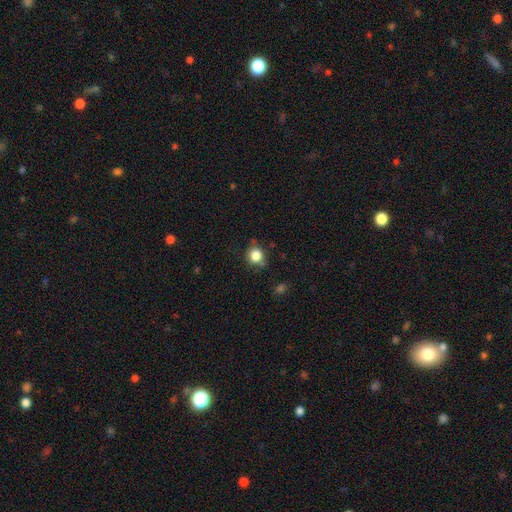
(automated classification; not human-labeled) Q: Smooth or featured?
A: smooth (83%); runner-up: star or artifact (11%)
Q: How rounded?
A: round (85%); runner-up: in between (15%)
Q: Merging?
A: none (73%); runner-up: minor disturbance (18%)